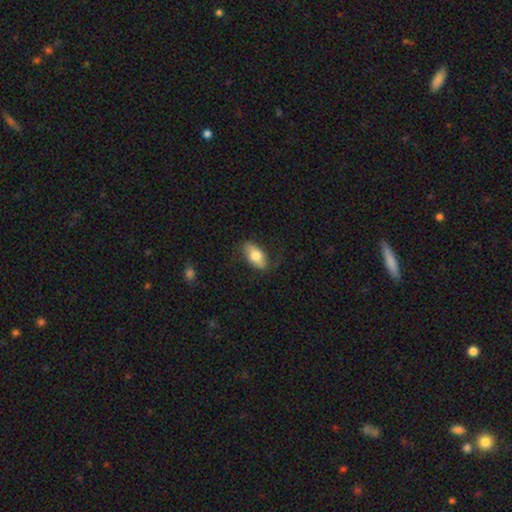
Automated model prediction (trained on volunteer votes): This appears to be a smooth galaxy with no disk features (70%) that is in between round and cigar-shaped (89%). Merging: none (77%).